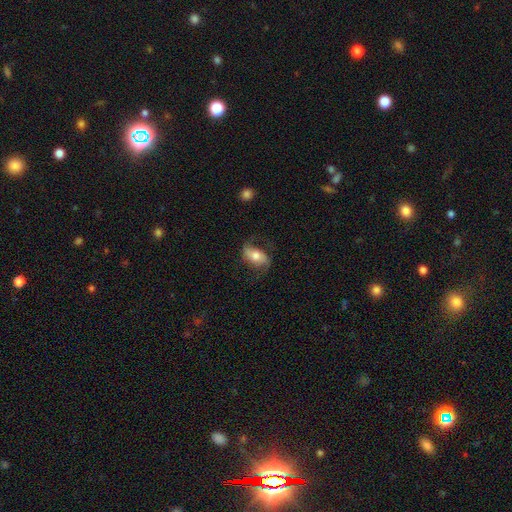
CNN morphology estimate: Smooth or featured?
  - featured or disk: 49% *
  - smooth: 44%
  - star or artifact: 7%
Merging?
  - none: 65% *
  - minor disturbance: 22%
  - major disturbance: 12%
  - merger: 1%